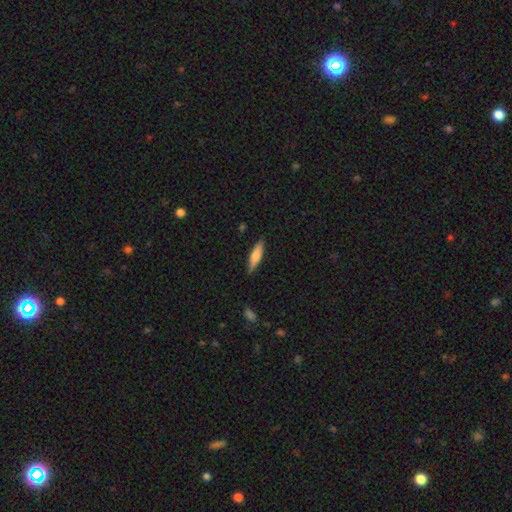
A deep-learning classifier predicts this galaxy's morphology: smooth_or_featured: smooth (p=0.71) [alt: featured or disk p=0.24]
how_rounded: cigar-shaped (p=0.73) [alt: in between p=0.25]
merging: none (p=0.87) [alt: minor disturbance p=0.10]